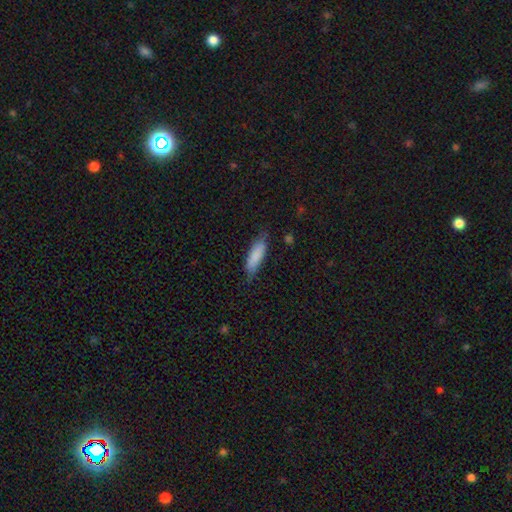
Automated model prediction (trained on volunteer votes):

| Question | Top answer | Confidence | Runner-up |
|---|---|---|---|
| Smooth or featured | smooth | 85% | featured or disk (10%) |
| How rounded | in between | 49% | tied: cigar-shaped (49%) |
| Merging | none | 73% | minor disturbance (22%) |